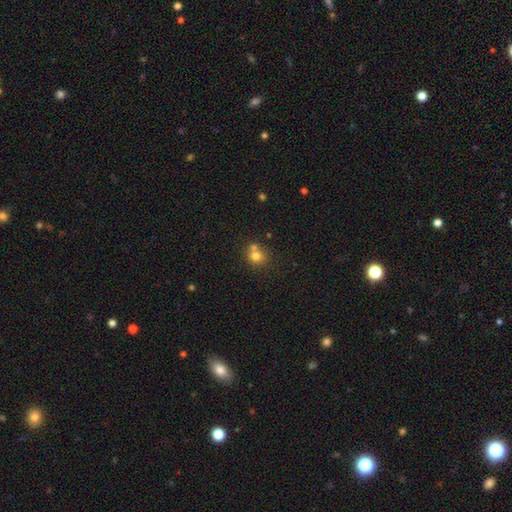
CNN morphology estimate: A smooth galaxy with no disk features (76%) that is round (84%). Merging: none (52%).